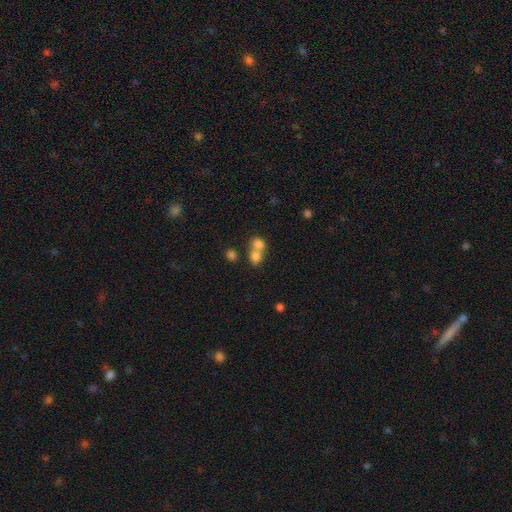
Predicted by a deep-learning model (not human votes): smooth-or-featured: smooth: 76% | featured or disk: 12% | star or artifact: 12%
  how-rounded: round: 58% | in between: 41% | cigar-shaped: 1%
  merging: merger: 63% | none: 28% | minor disturbance: 6% | major disturbance: 3%